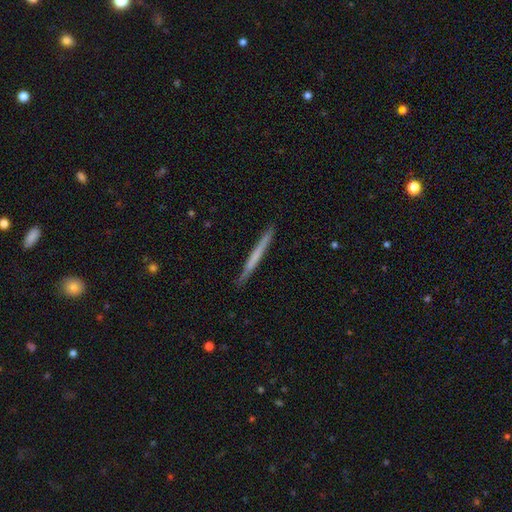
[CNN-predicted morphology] The model was most divided on "smooth or featured": smooth: 52%, featured or disk: 43%, star or artifact: 5%. More confident: how rounded — cigar-shaped (97%); merging — none (91%).